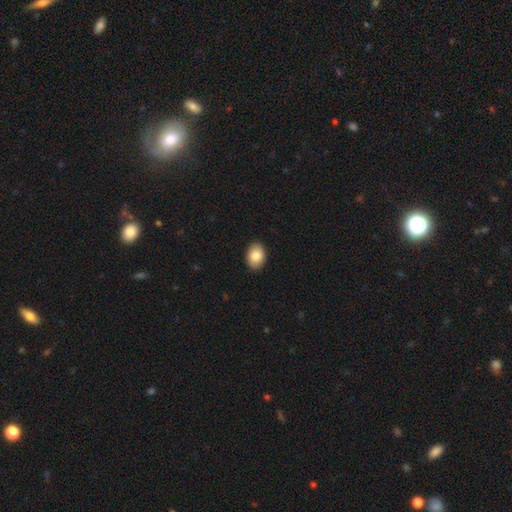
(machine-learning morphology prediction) smooth_or_featured: smooth (p=0.86) [alt: star or artifact p=0.07]
how_rounded: in between (p=0.79) [alt: round p=0.20]
merging: none (p=0.91) [alt: minor disturbance p=0.07]